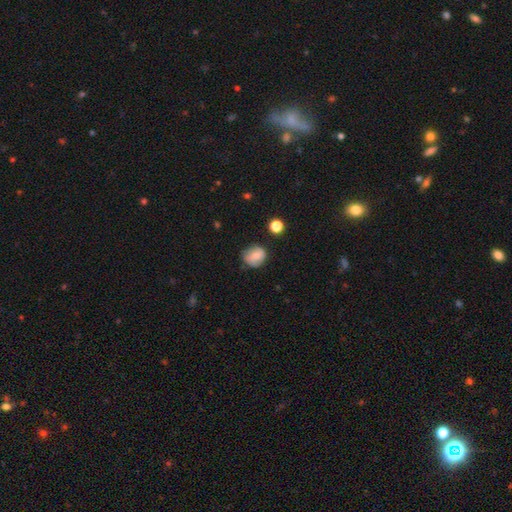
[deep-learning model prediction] Smooth or featured? Predicted: smooth (p=0.74). How rounded? Predicted: round (p=0.74). Merging? Predicted: none (p=0.69).